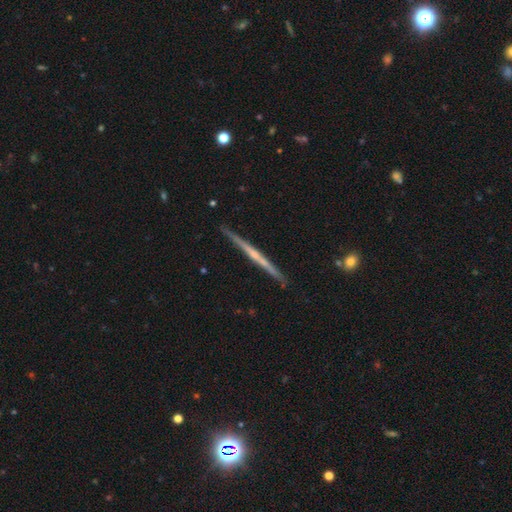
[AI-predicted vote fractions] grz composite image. It shows a featured or disk galaxy (73%) viewed edge-on (98%) with no central bulge (60%). Merging: none (89%).